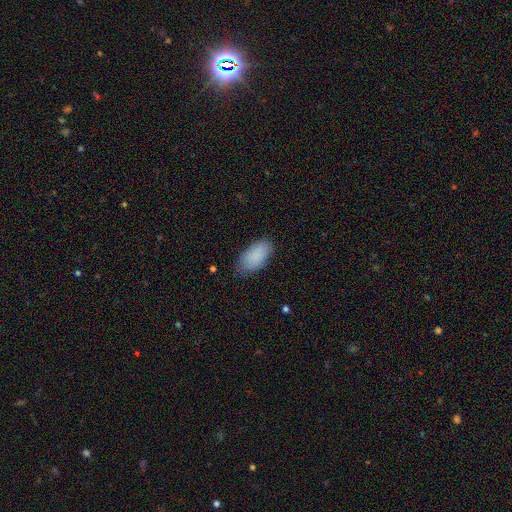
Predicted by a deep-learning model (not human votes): Smooth or featured? smooth (89%)
How rounded? in between (94%)
Merging? none (76%)